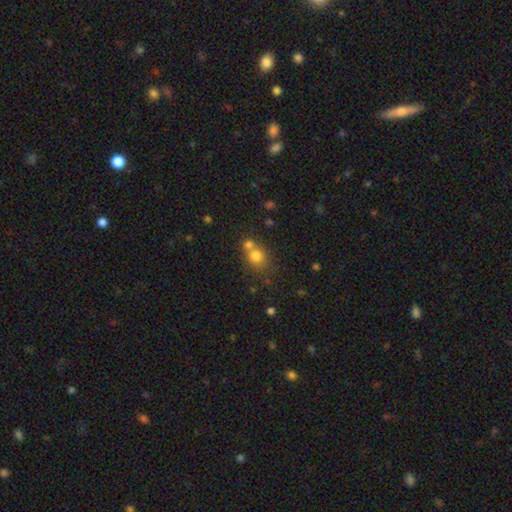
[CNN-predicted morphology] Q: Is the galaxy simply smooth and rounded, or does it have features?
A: smooth — 76%.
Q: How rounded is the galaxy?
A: round — 76%.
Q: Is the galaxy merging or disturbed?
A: none — 45%.